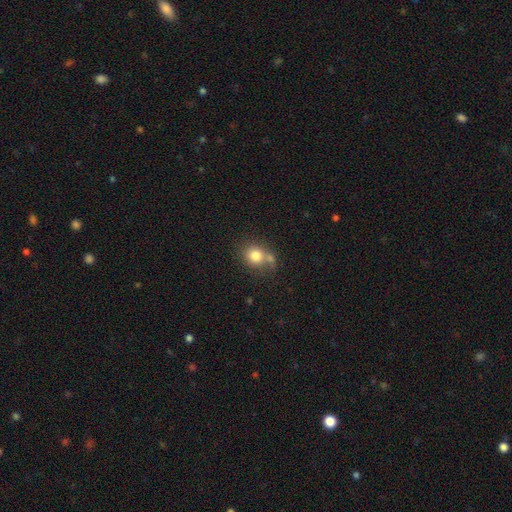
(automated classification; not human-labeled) Q: Smooth or featured?
A: smooth (79%); runner-up: star or artifact (11%)
Q: How rounded?
A: round (75%); runner-up: in between (24%)
Q: Merging?
A: none (53%); runner-up: merger (27%)